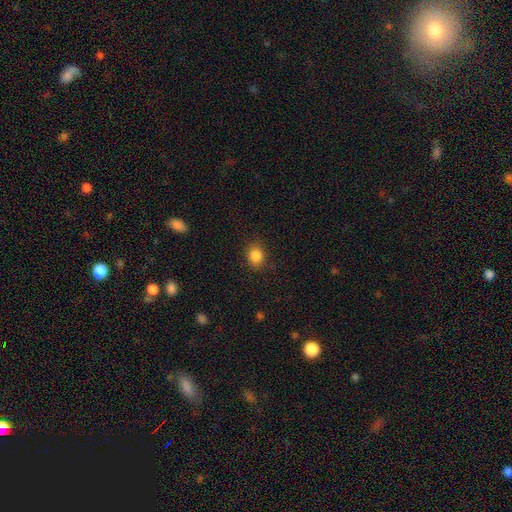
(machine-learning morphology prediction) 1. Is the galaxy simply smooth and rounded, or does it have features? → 86% smooth, 10% star or artifact, 4% featured or disk.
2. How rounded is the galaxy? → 59% round, 40% in between, 1% cigar-shaped.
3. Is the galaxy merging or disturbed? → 85% none, 11% minor disturbance, 3% major disturbance, 1% merger.